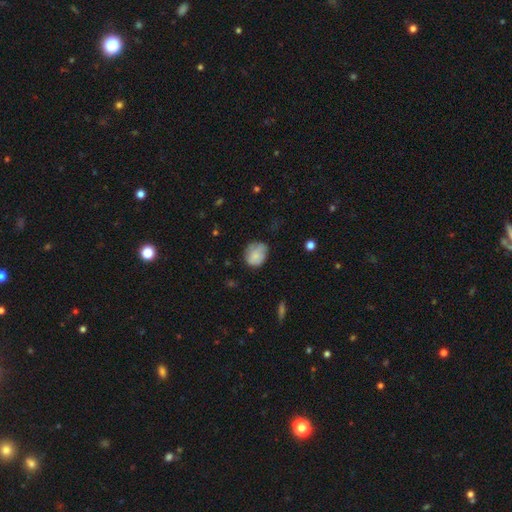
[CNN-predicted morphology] This appears to be a smooth galaxy with no disk features (78%) that is round (62%). Merging: none (56%).